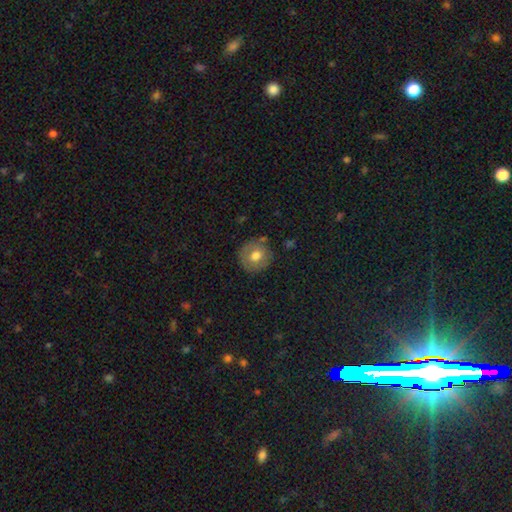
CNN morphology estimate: Q: Smooth or featured?
A: smooth (67%); runner-up: featured or disk (25%)
Q: How rounded?
A: round (91%); runner-up: in between (8%)
Q: Merging?
A: none (81%); runner-up: minor disturbance (13%)